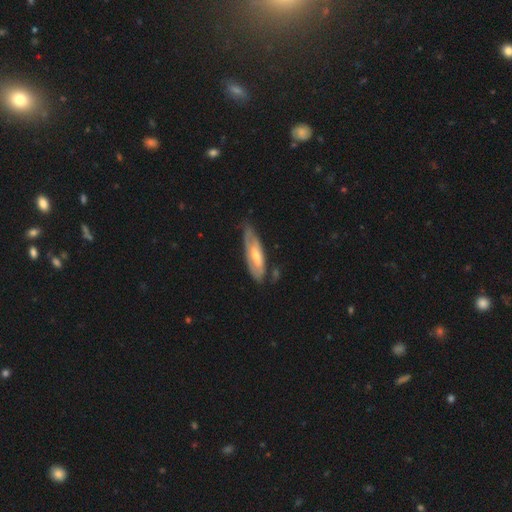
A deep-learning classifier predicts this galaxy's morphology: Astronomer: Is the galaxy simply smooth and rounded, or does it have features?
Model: featured or disk — 66%.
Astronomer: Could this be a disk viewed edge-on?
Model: no — 72%.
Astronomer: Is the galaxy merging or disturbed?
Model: none — 62%.